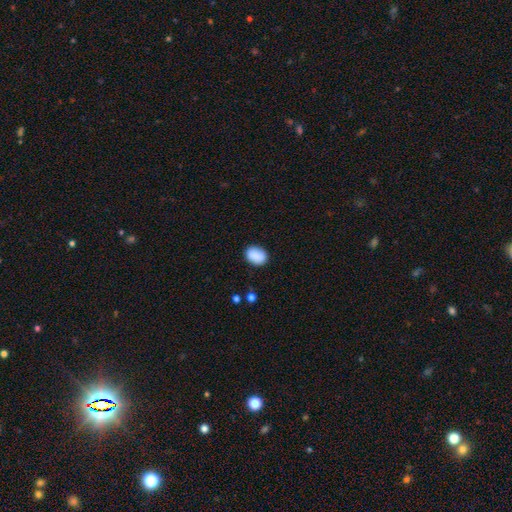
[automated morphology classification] smooth-or-featured: smooth: 89% | star or artifact: 8% | featured or disk: 3%
  how-rounded: in between: 71% | round: 28% | cigar-shaped: 1%
  merging: none: 86% | minor disturbance: 10% | major disturbance: 3% | merger: 1%